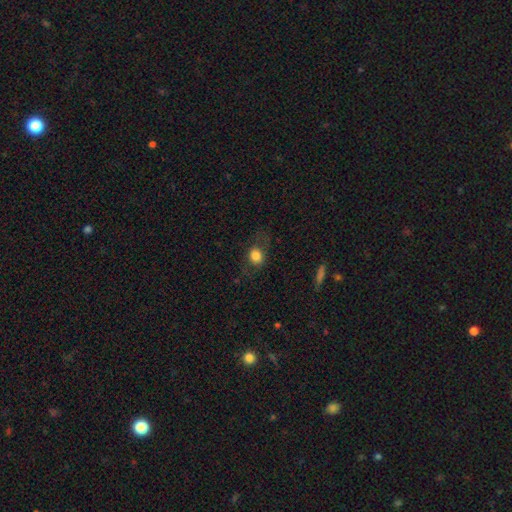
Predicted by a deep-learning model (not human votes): Smooth or featured?
  - smooth: 78% *
  - featured or disk: 12%
  - star or artifact: 9%
How rounded?
  - round: 57% *
  - in between: 42%
  - cigar-shaped: 2%
Merging?
  - none: 66% *
  - minor disturbance: 18%
  - major disturbance: 14%
  - merger: 2%